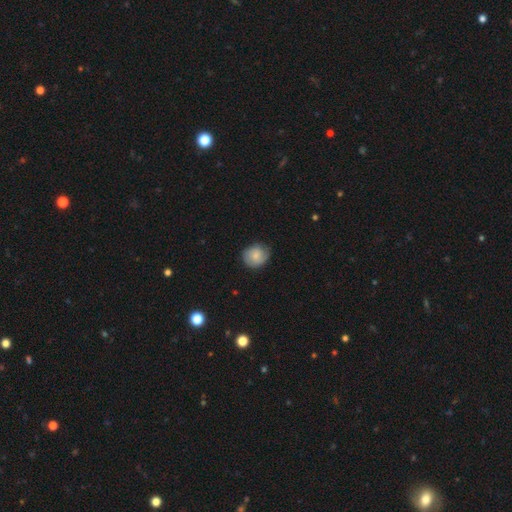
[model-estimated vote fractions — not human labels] A smooth galaxy with no disk features (74%) that is round (78%).

Vote fractions:
- Smooth or featured? smooth: 74% / featured or disk: 18% / star or artifact: 7%
- How rounded? round: 78% / in between: 21% / cigar-shaped: 1%
- Merging? none: 75% / minor disturbance: 20% / major disturbance: 4% / merger: 1%